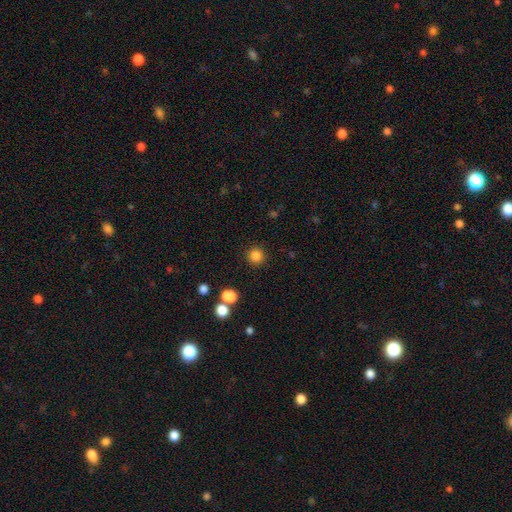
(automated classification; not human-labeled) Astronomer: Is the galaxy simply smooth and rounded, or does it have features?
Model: smooth — 84%.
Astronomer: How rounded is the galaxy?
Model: round — 94%.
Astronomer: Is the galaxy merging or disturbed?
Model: none — 90%.